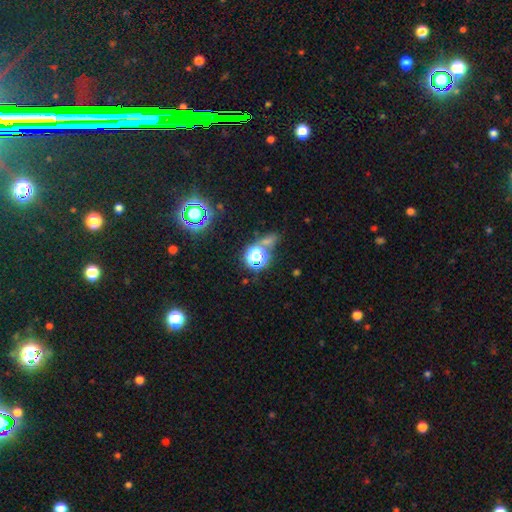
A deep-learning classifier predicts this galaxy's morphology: Smooth or featured?
  - star or artifact: 51% *
  - smooth: 40%
  - featured or disk: 9%